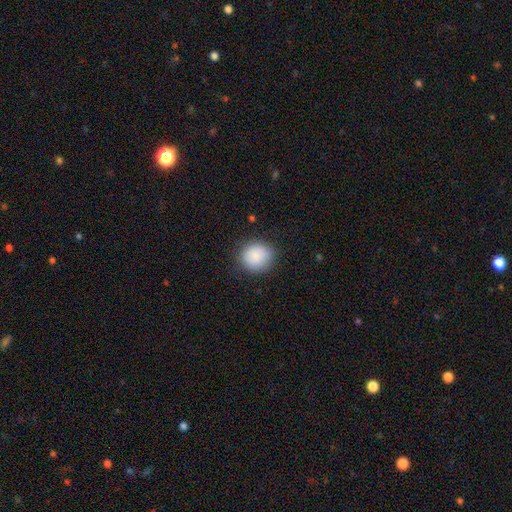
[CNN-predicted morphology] This appears to be a smooth galaxy with no disk features (85%) that is round (85%). Merging: none (85%).